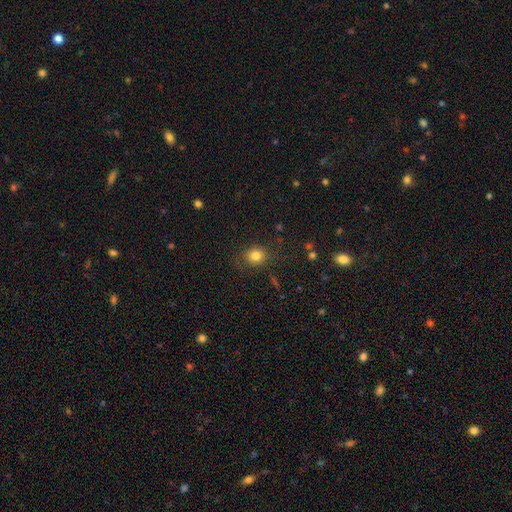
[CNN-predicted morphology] This is clearly a smooth galaxy (81%). How rounded: likely round (68%). Merging: likely none (80%).